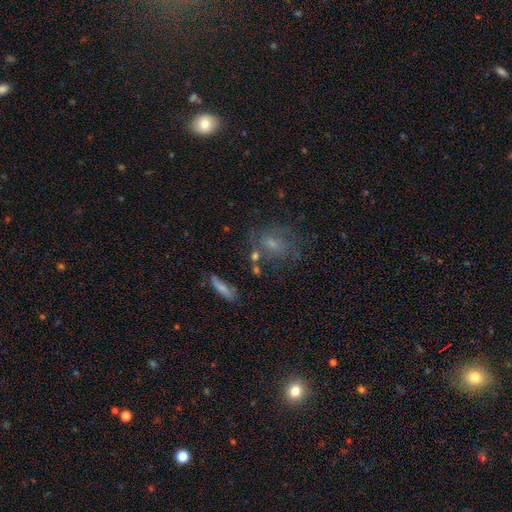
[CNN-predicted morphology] Q: Smooth or featured?
A: featured or disk (49%); runner-up: smooth (38%)
Q: Merging?
A: none (57%); runner-up: minor disturbance (19%)